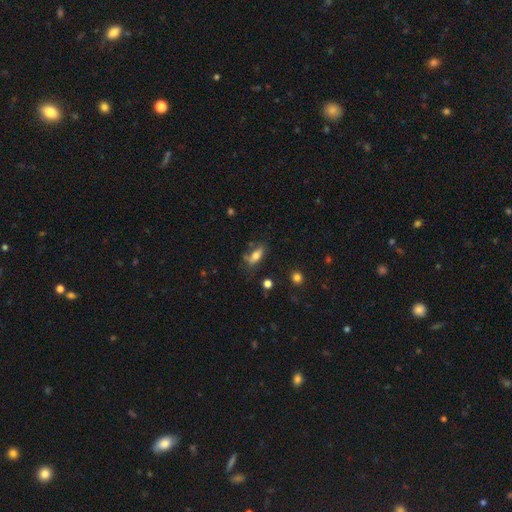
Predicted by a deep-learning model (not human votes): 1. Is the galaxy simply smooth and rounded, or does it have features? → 65% smooth, 26% featured or disk, 9% star or artifact.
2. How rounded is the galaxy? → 77% in between, 18% cigar-shaped, 5% round.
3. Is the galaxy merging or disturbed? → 56% none, 26% minor disturbance, 12% major disturbance, 7% merger.